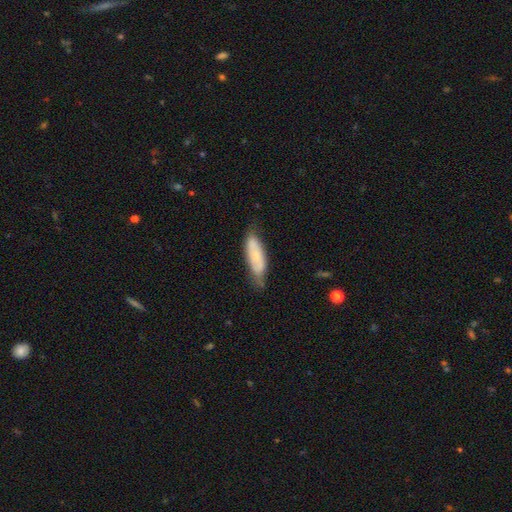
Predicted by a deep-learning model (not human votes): smooth_or_featured: smooth (p=0.54) [alt: featured or disk p=0.40]
how_rounded: in between (p=0.59) [alt: cigar-shaped p=0.39]
merging: none (p=0.63) [alt: minor disturbance p=0.28]